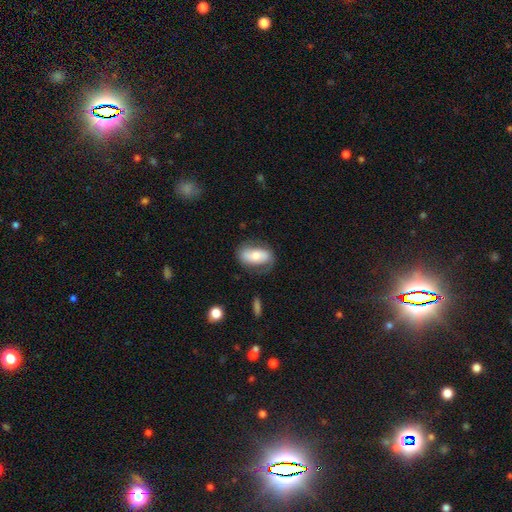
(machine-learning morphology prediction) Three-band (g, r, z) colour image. It shows a smooth galaxy with no disk features (53%) that is in between round and cigar-shaped (90%). Merging: none (64%).